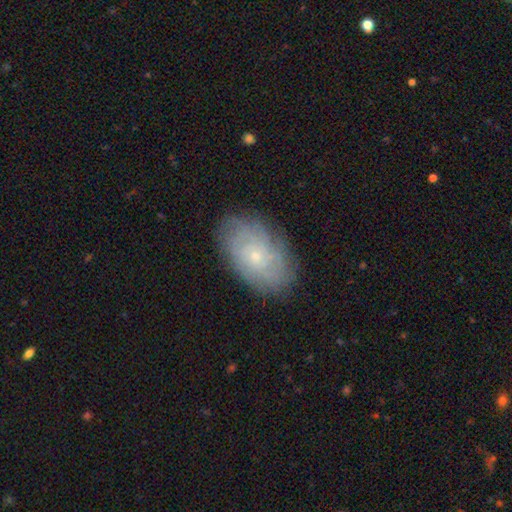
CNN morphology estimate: The model was most divided on "smooth or featured": featured or disk: 64%, smooth: 27%, star or artifact: 8%. More confident: edge-on disk — no (95%); spiral arms — yes (86%); bar — no (83%); merging — none (81%); bulge size — small (80%); spiral winding — tight (71%); spiral arm count — can't tell (54%).